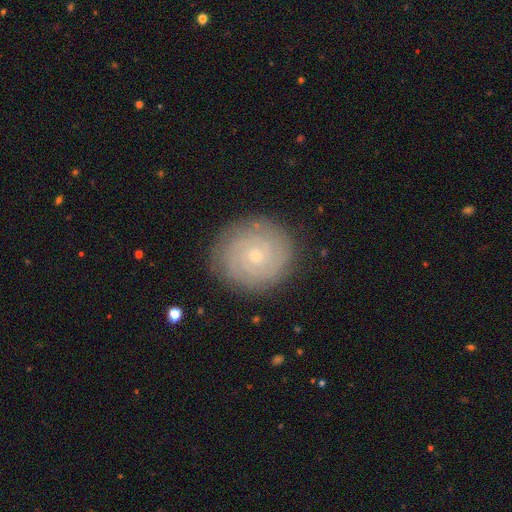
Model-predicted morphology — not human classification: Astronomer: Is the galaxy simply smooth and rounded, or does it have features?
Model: featured or disk — 75%.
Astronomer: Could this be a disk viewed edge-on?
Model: no — 98%.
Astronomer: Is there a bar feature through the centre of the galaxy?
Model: no — 75%.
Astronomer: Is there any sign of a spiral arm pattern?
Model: yes — 95%.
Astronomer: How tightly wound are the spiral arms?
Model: tight — 83%.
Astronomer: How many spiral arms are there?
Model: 2 — 40% (runner-up: can't tell, 26%).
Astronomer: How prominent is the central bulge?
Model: small — 69%.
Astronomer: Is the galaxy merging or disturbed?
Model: none — 86%.